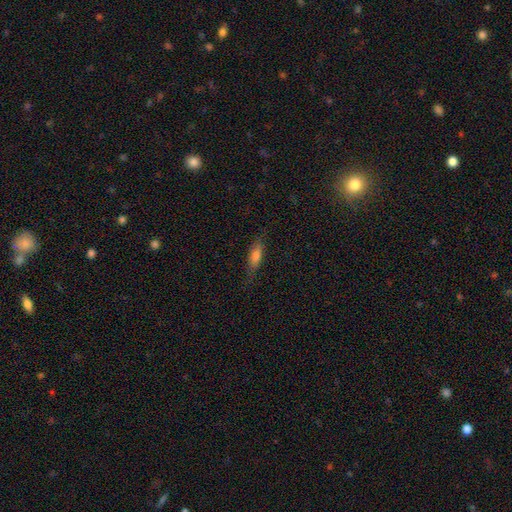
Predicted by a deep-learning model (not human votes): Smooth or featured: smooth — 71% (featured or disk — 21%)
How rounded: in between — 51% (cigar-shaped — 46%)
Merging: none — 76% (minor disturbance — 18%)